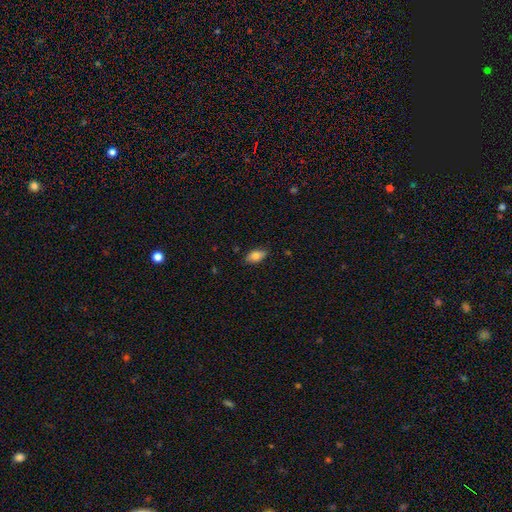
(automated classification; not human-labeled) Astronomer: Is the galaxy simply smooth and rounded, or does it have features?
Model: smooth — 82%.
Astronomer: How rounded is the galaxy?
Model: in between — 91%.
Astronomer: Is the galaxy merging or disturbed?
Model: none — 84%.